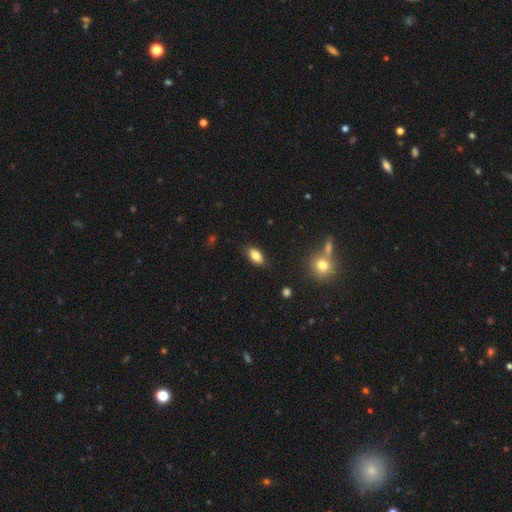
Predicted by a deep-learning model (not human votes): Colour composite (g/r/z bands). It shows a smooth galaxy with no disk features (82%) that is in between round and cigar-shaped (90%). Merging: none (83%).